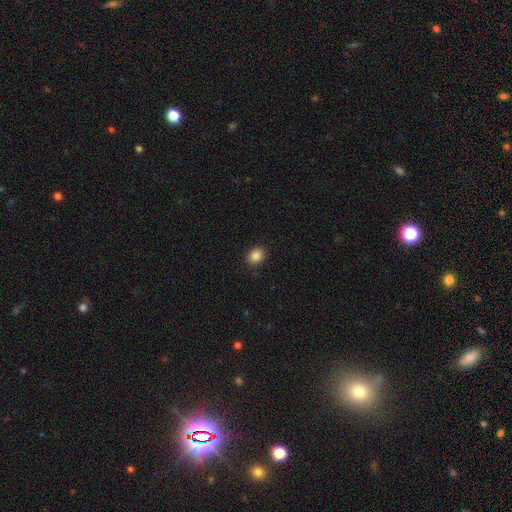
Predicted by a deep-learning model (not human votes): Morphology: type=smooth (87%); roundness=in between (56%); merging=none (90%).